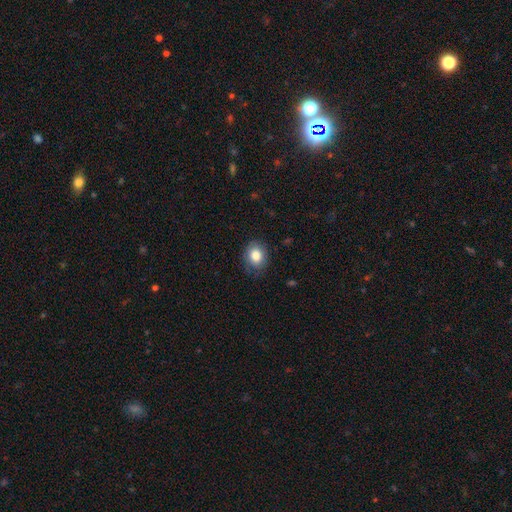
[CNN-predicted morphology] This is clearly a smooth galaxy (83%). How rounded: possibly in between (51%). Merging: likely none (79%).